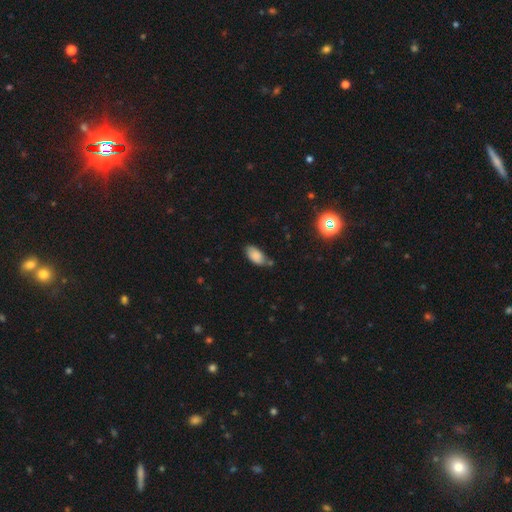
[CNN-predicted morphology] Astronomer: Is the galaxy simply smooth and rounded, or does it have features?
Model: smooth — 85%.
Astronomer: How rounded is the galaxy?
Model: in between — 93%.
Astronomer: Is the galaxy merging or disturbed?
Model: none — 62%.